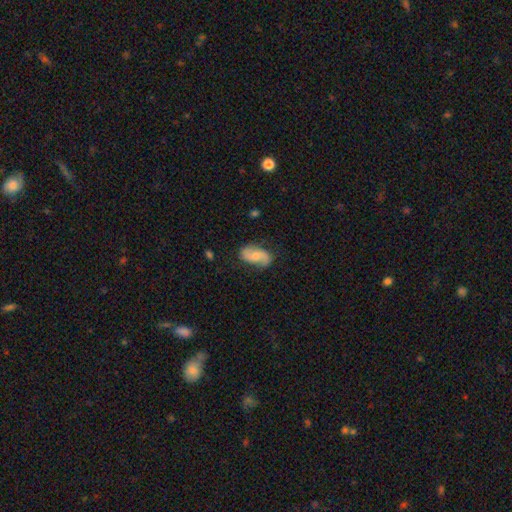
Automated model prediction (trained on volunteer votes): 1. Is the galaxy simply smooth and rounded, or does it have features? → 55% featured or disk, 38% smooth, 6% star or artifact.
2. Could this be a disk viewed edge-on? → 96% no, 4% yes.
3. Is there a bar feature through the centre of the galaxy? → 58% no, 33% weak, 9% strong.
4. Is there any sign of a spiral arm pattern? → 88% yes, 12% no.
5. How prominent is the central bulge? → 47% small, 43% moderate, 6% none, 3% large, 1% dominant.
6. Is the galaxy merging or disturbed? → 73% none, 20% minor disturbance, 5% major disturbance, 2% merger.